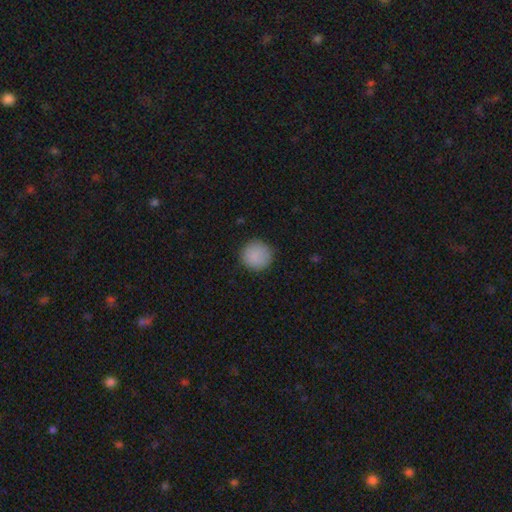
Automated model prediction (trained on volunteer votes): Smooth or featured? Predicted: smooth (p=0.88). How rounded? Predicted: round (p=0.94). Merging? Predicted: none (p=0.87).